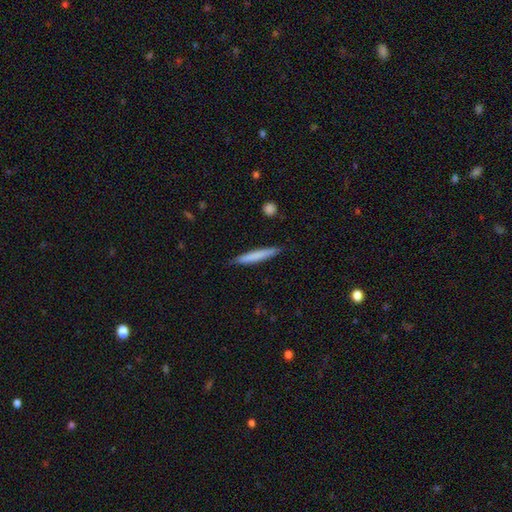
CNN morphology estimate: Smooth or featured: smooth — 74% (featured or disk — 21%)
How rounded: cigar-shaped — 95% (in between — 4%)
Merging: none — 87% (minor disturbance — 10%)